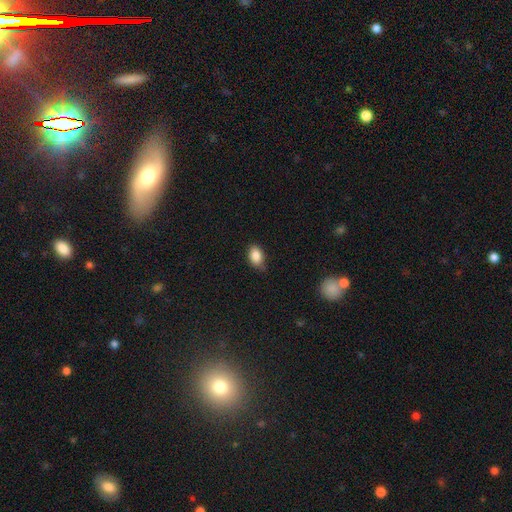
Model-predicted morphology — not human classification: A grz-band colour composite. It shows a smooth galaxy with no disk features (87%) that is in between round and cigar-shaped (86%). Merging: none (72%).